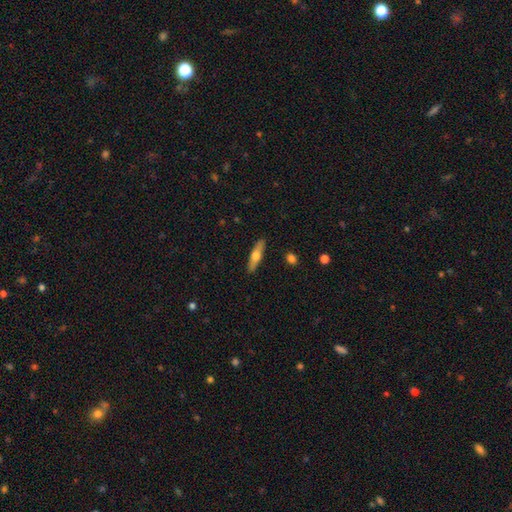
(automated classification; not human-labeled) Morphology: type=smooth (48%); merging=none (90%).